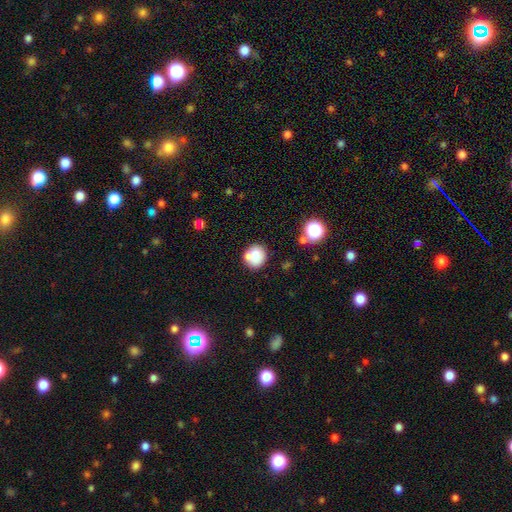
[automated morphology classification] A smooth galaxy with no disk features (73%) that is round (83%). Merging: none (58%).